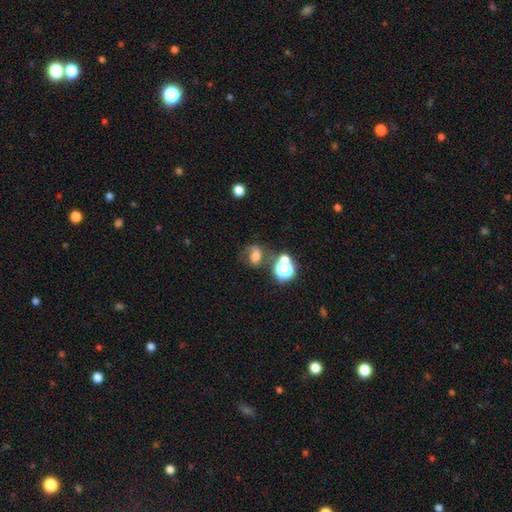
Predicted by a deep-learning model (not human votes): The model was most divided on "smooth or featured": smooth: 50%, featured or disk: 30%, star or artifact: 20%. Remaining: merging — none (46%).